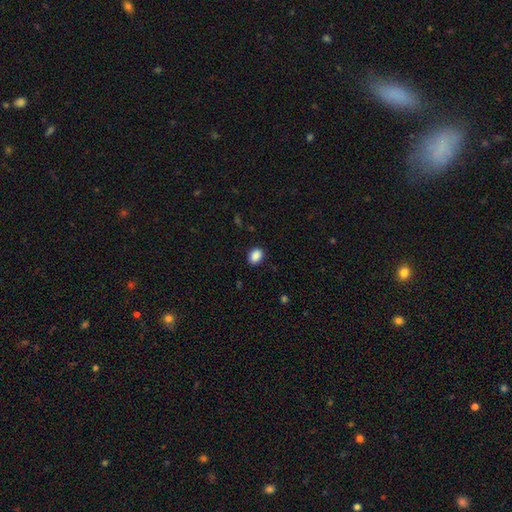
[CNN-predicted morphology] The model was most divided on "how rounded": in between: 70%, round: 29%, cigar-shaped: 1%. More confident: smooth or featured — smooth (89%); merging — none (89%).